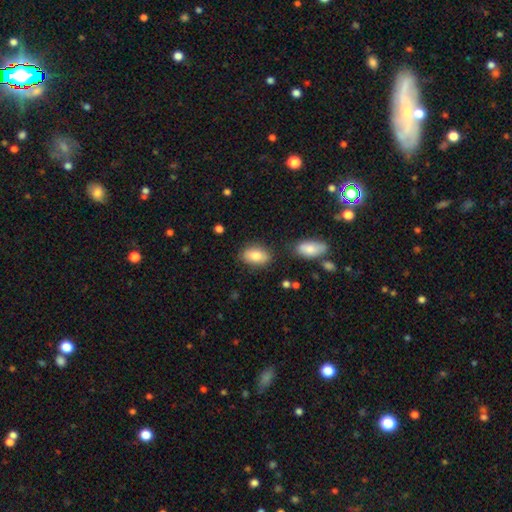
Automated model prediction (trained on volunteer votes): Smooth or featured? smooth (81%)
How rounded? in between (89%)
Merging? none (80%)